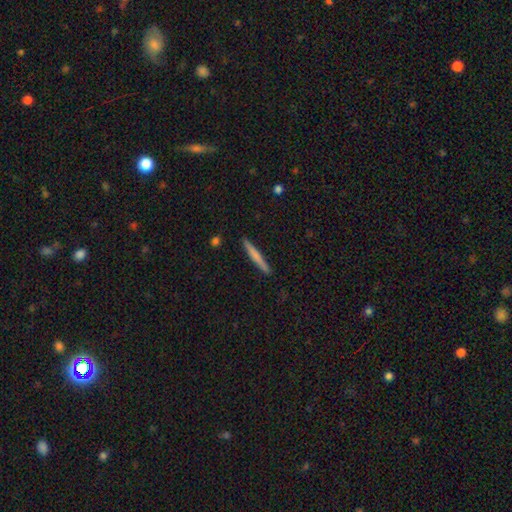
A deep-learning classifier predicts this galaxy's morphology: smooth 63%, featured or disk 32%, star or artifact 5%. Down the decision tree: how rounded — cigar-shaped (96%); merging — none (91%).